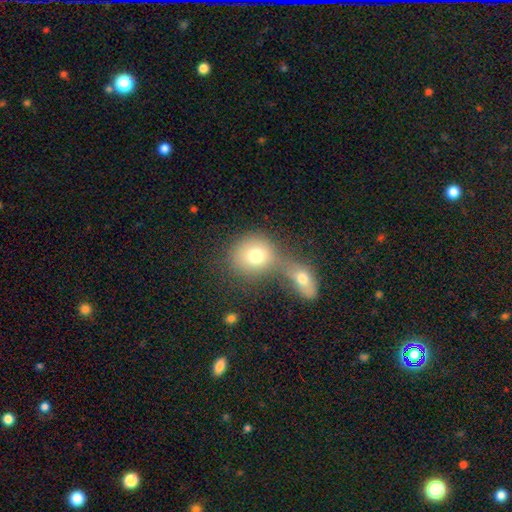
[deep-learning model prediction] A smooth galaxy with no disk features (74%) that is round (75%).

Vote fractions:
- Smooth or featured? smooth: 74% / featured or disk: 15% / star or artifact: 11%
- How rounded? round: 75% / in between: 23% / cigar-shaped: 1%
- Merging? merger: 55% / none: 33% / minor disturbance: 7% / major disturbance: 5%